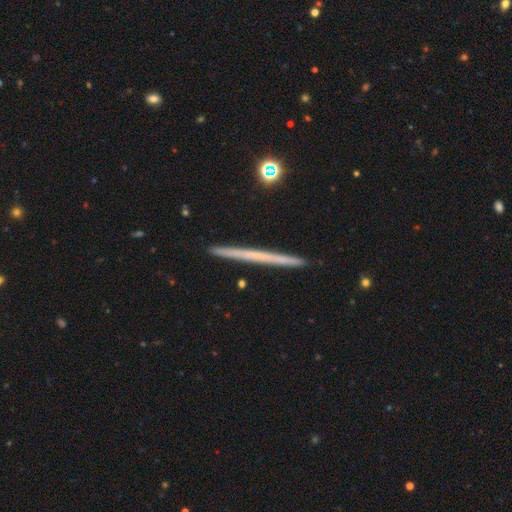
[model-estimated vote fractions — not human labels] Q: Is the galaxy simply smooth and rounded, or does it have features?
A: featured or disk — 53%.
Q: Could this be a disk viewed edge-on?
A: yes — 98%.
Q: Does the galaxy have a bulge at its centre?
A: none — 92%.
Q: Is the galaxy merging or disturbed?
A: none — 92%.